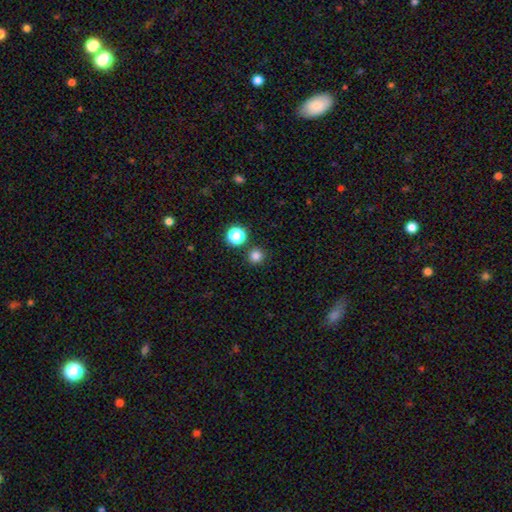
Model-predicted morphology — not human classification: This appears to be a smooth galaxy with no disk features (80%) that is round (94%). Merging: none (88%).